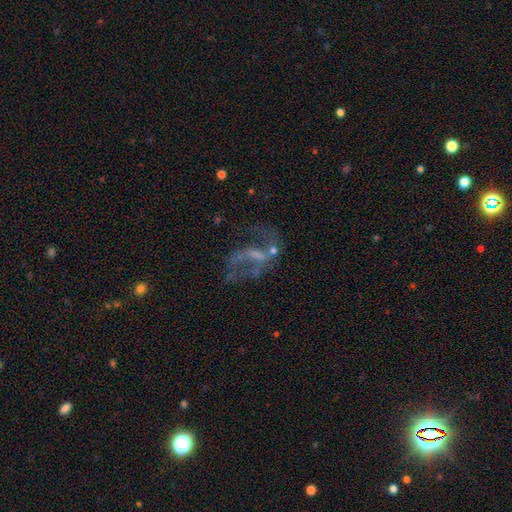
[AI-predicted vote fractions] Q: Smooth or featured?
A: featured or disk (72%); runner-up: star or artifact (15%)
Q: Edge-on disk?
A: no (96%); runner-up: yes (4%)
Q: Bar?
A: weak (40%); runner-up: no (33%)
Q: Spiral arms?
A: yes (69%); runner-up: no (31%)
Q: Bulge size?
A: none (56%); runner-up: small (25%)
Q: Merging?
A: none (42%); runner-up: major disturbance (33%)